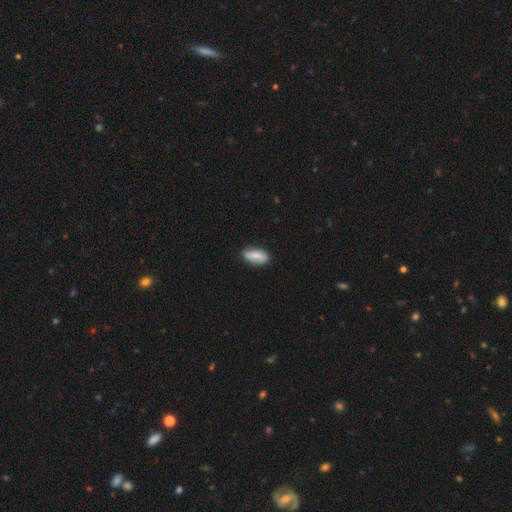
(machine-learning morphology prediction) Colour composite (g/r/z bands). It shows a smooth galaxy with no disk features (67%) that is in between round and cigar-shaped (84%). Merging: none (83%).